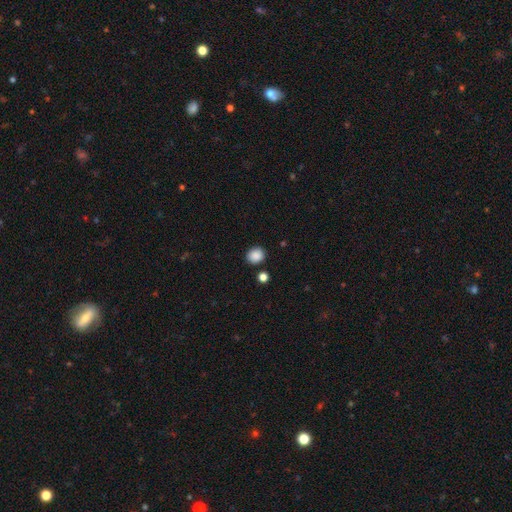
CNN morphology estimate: A smooth galaxy with no disk features (87%) that is round (73%).

Vote fractions:
- Smooth or featured? smooth: 87% / star or artifact: 9% / featured or disk: 3%
- How rounded? round: 73% / in between: 26% / cigar-shaped: 1%
- Merging? none: 85% / minor disturbance: 9% / merger: 4% / major disturbance: 3%